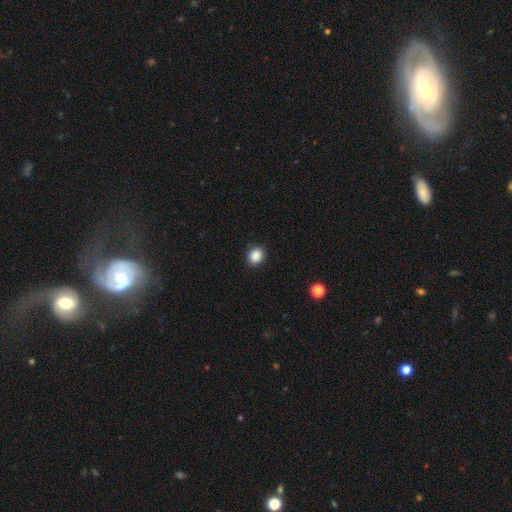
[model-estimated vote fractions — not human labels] A smooth galaxy with no disk features (88%) that is round (62%).

Vote fractions:
- Smooth or featured? smooth: 88% / star or artifact: 9% / featured or disk: 3%
- How rounded? round: 62% / in between: 37% / cigar-shaped: 1%
- Merging? none: 89% / minor disturbance: 8% / major disturbance: 2% / merger: 1%